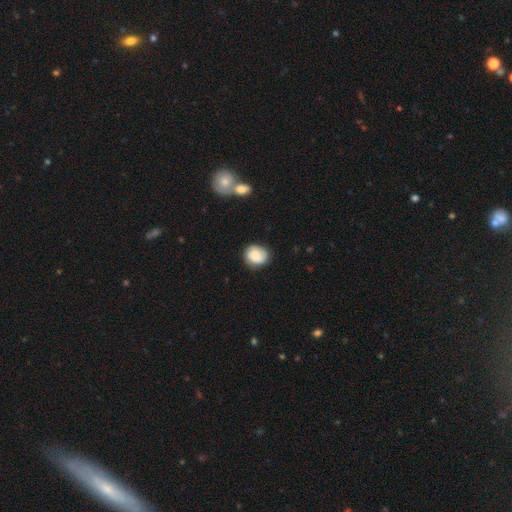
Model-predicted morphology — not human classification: Smooth or featured: smooth — 71% (featured or disk — 21%)
How rounded: round — 75% (in between — 24%)
Merging: none — 75% (minor disturbance — 18%)